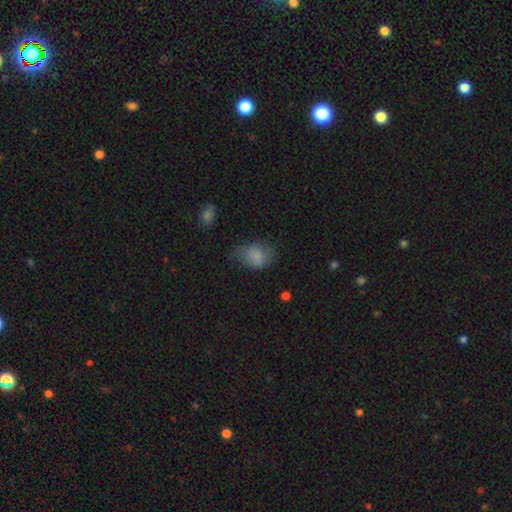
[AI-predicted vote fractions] This appears to be a smooth galaxy with no disk features (81%) that is in between round and cigar-shaped (68%). Merging: none (49%).